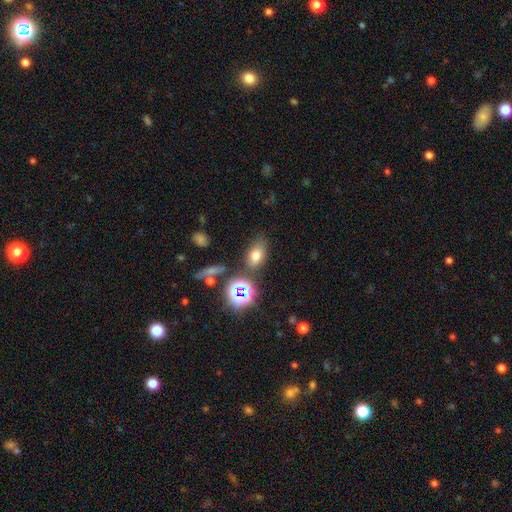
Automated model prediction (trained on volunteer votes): smooth_or_featured: smooth (p=0.68) [alt: star or artifact p=0.20]
how_rounded: in between (p=0.79) [alt: round p=0.18]
merging: none (p=0.73) [alt: minor disturbance p=0.14]